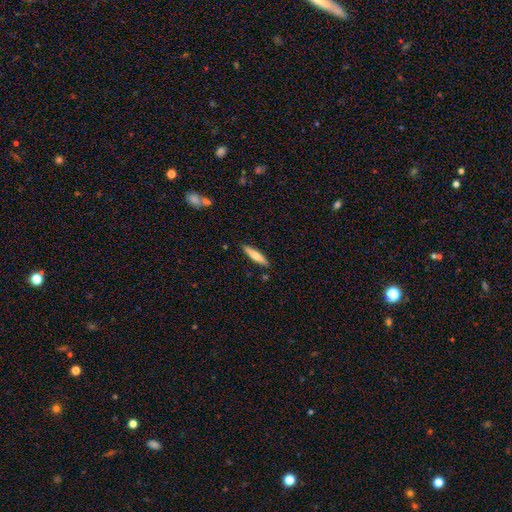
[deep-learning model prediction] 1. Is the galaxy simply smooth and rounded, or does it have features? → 67% smooth, 27% featured or disk, 5% star or artifact.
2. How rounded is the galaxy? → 85% cigar-shaped, 14% in between, 1% round.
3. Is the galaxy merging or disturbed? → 87% none, 9% minor disturbance, 2% merger, 2% major disturbance.